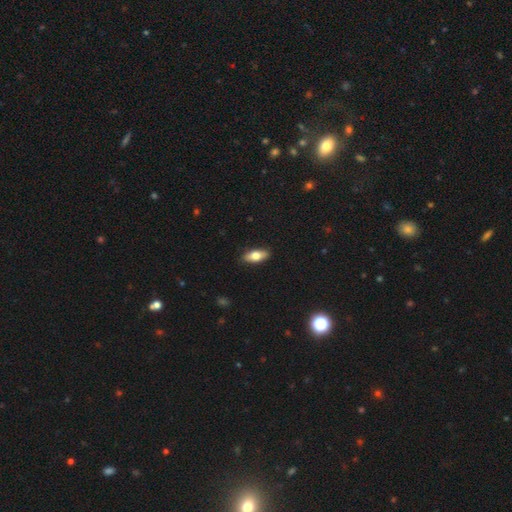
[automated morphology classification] Overall: smooth (74%). How rounded: in between (78%). Merging: none (89%).